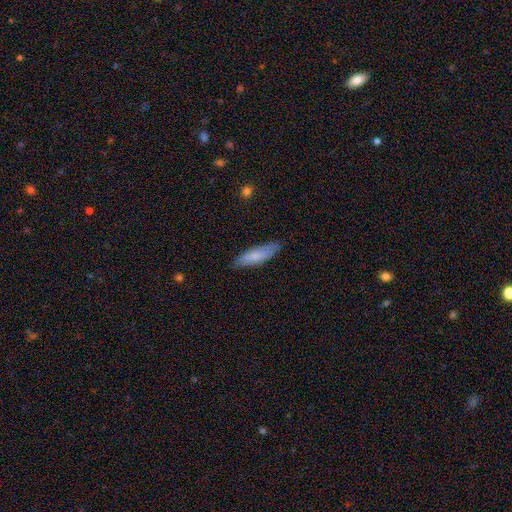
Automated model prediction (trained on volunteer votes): Smooth or featured?
  - smooth: 75% *
  - featured or disk: 19%
  - star or artifact: 6%
How rounded?
  - cigar-shaped: 56% *
  - in between: 42%
  - round: 2%
Merging?
  - none: 78% *
  - minor disturbance: 18%
  - major disturbance: 3%
  - merger: 1%